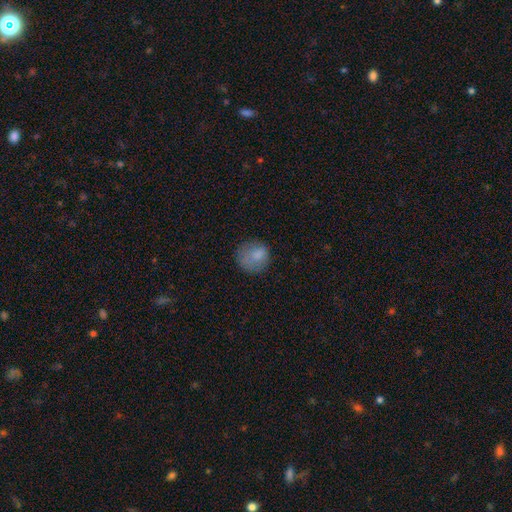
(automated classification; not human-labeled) smooth_or_featured: smooth (p=0.80) [alt: featured or disk p=0.11]
how_rounded: round (p=0.83) [alt: in between p=0.16]
merging: none (p=0.67) [alt: minor disturbance p=0.21]